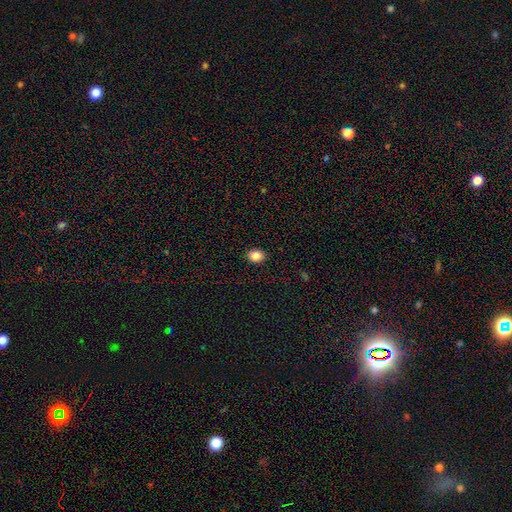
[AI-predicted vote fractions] smooth 86%, star or artifact 10%, featured or disk 4%. Down the decision tree: how rounded — in between (57%); merging — none (90%).